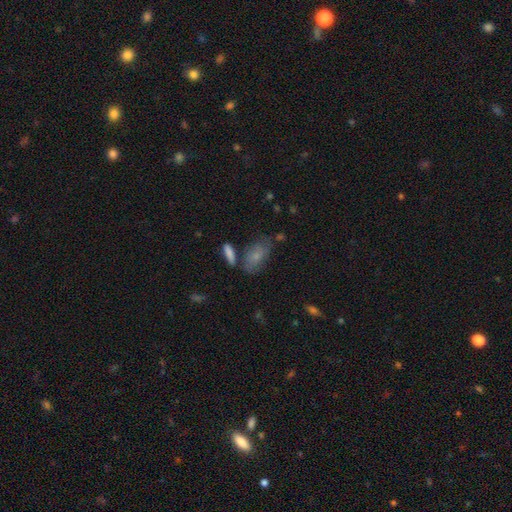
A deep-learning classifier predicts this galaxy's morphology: type=smooth (70%); roundness=in between (87%); merging=none (55%).